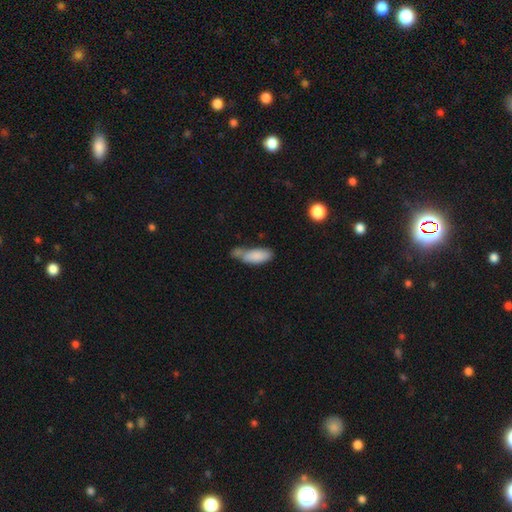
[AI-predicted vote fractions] This appears to be a smooth galaxy with no disk features (83%) that is in between round and cigar-shaped (73%). Merging: none (35%).